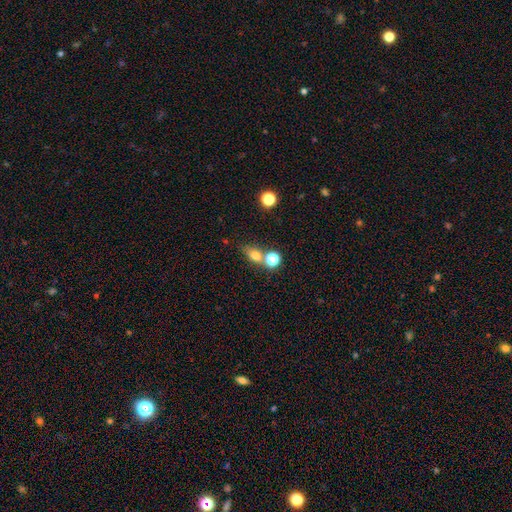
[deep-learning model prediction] A smooth galaxy with no disk features (71%) that is in between round and cigar-shaped (57%).

Vote fractions:
- Smooth or featured? smooth: 71% / star or artifact: 15% / featured or disk: 14%
- How rounded? in between: 57% / round: 34% / cigar-shaped: 8%
- Merging? none: 54% / merger: 29% / minor disturbance: 12% / major disturbance: 5%